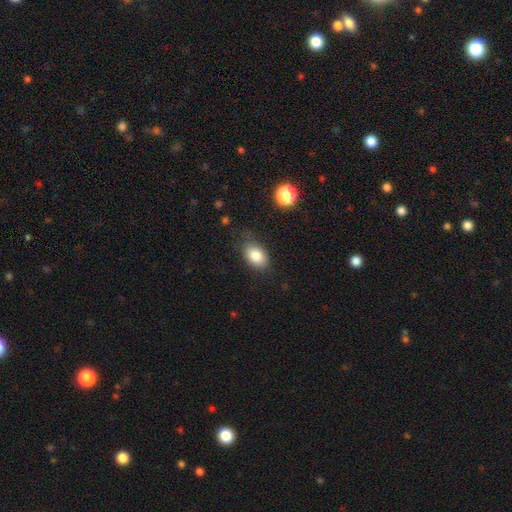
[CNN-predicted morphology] Smooth or featured?
  - smooth: 84% *
  - star or artifact: 9%
  - featured or disk: 7%
How rounded?
  - in between: 86% *
  - round: 12%
  - cigar-shaped: 1%
Merging?
  - none: 70% *
  - minor disturbance: 22%
  - major disturbance: 7%
  - merger: 2%